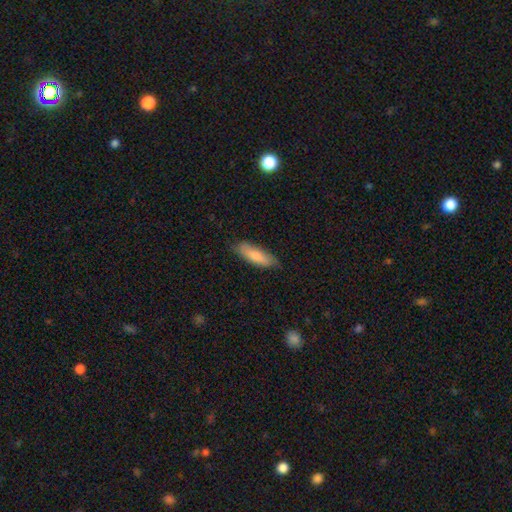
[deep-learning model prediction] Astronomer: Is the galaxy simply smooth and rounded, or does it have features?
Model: smooth — 80%.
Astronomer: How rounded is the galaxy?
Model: in between — 52% (runner-up: cigar-shaped, 46%).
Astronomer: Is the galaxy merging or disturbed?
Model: none — 79%.